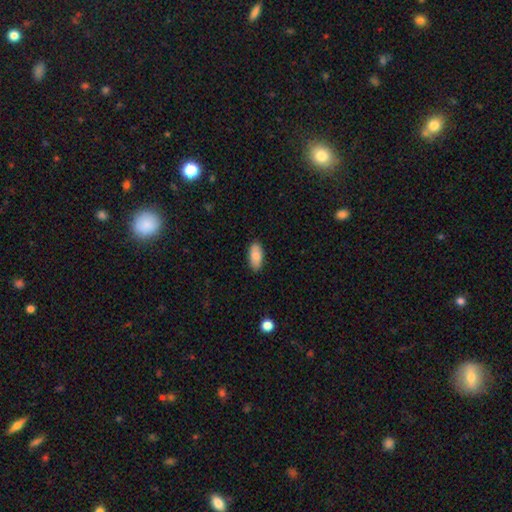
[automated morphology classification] Smooth or featured? Predicted: smooth (p=0.86). How rounded? Predicted: in between (p=0.90). Merging? Predicted: none (p=0.88).